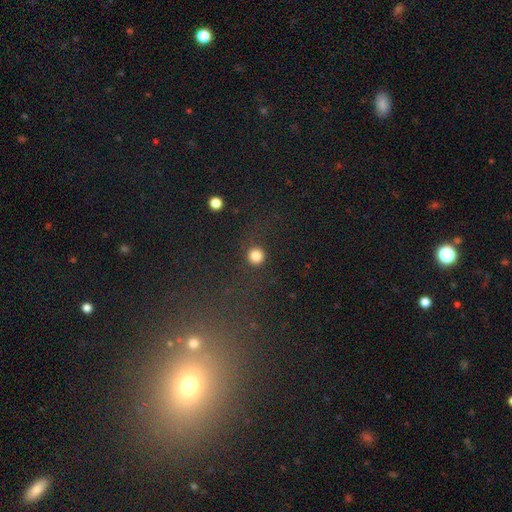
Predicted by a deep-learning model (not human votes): smooth_or_featured: smooth (p=0.82) [alt: star or artifact p=0.13]
how_rounded: round (p=0.94) [alt: in between p=0.05]
merging: none (p=0.87) [alt: minor disturbance p=0.07]